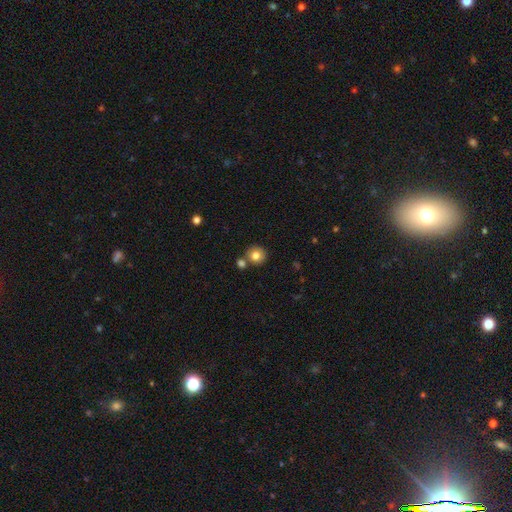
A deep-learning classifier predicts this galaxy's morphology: A smooth galaxy with no disk features (81%) that is round (91%). Merging: none (72%).